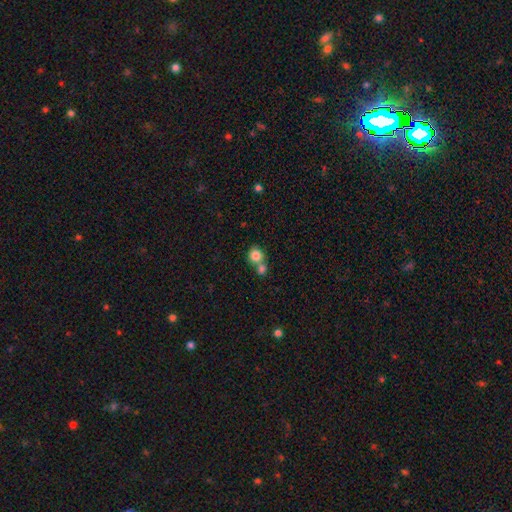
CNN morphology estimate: smooth_or_featured: smooth (p=0.82) [alt: star or artifact p=0.10]
how_rounded: round (p=0.87) [alt: in between p=0.12]
merging: none (p=0.46) [alt: merger p=0.44]